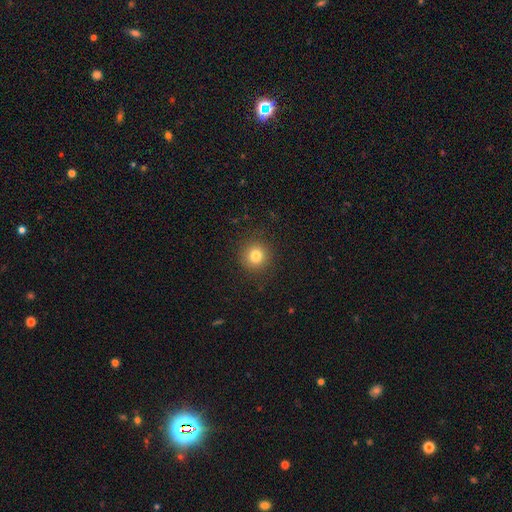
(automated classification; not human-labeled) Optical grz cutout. It shows a smooth galaxy with no disk features (81%) that is round (93%). Merging: none (90%).